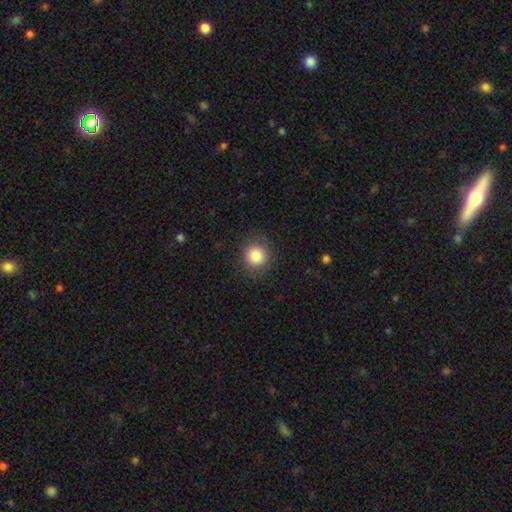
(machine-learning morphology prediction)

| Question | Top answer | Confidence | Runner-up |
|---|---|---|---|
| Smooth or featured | smooth | 85% | star or artifact (10%) |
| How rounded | round | 91% | in between (8%) |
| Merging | none | 88% | minor disturbance (8%) |